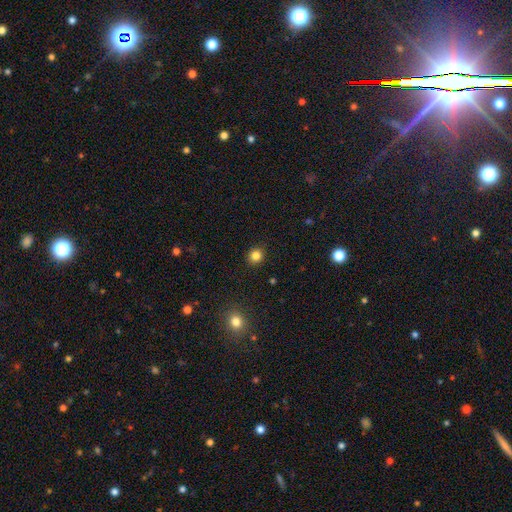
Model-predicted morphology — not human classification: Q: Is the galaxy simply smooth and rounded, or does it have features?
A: smooth — 83%.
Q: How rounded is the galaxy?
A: round — 87%.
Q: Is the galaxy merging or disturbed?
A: none — 91%.